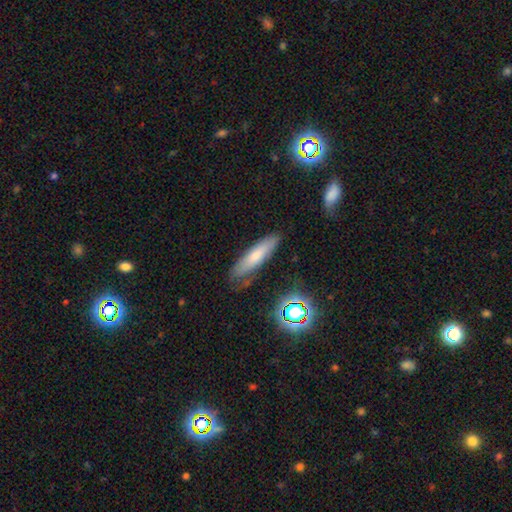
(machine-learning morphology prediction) A smooth galaxy with no disk features (63%) that is cigar-shaped (72%). Merging: none (74%).